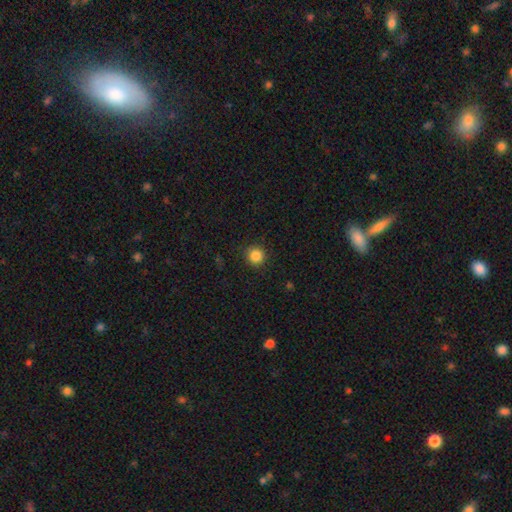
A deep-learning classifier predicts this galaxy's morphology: The model was most divided on "smooth or featured": smooth: 86%, star or artifact: 11%, featured or disk: 3%. More confident: how rounded — round (94%); merging — none (90%).